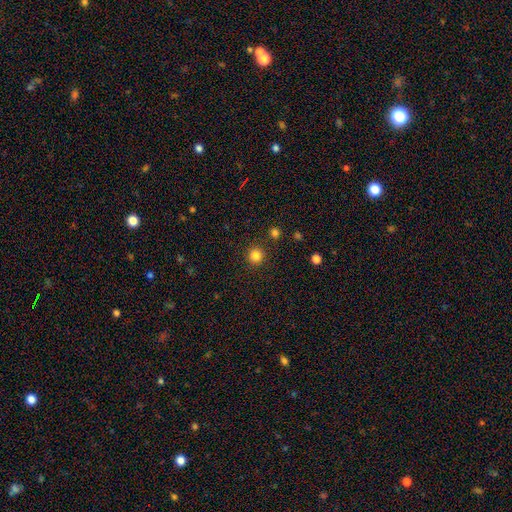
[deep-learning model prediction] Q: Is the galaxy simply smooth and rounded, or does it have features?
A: smooth — 83%.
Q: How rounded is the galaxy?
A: round — 95%.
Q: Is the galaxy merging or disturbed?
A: none — 90%.